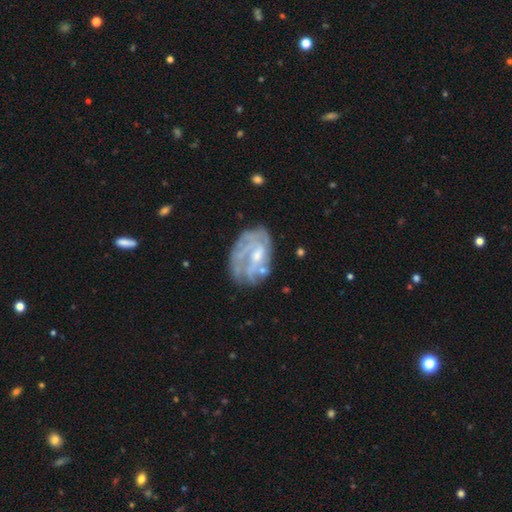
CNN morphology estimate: Smooth or featured? Predicted: featured or disk (p=0.74). Edge-on disk? Predicted: no (p=0.97). Bar? Predicted: no (p=0.51). Spiral arms? Predicted: yes (p=0.64). Bulge size? Predicted: moderate (p=0.41, tied with small). Merging? Predicted: none (p=0.51).